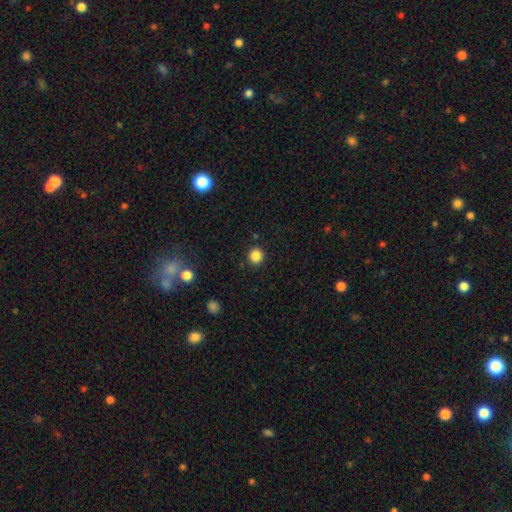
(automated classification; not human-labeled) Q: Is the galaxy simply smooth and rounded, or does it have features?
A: smooth — 85%.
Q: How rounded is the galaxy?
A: round — 91%.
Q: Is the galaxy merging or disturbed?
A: none — 91%.